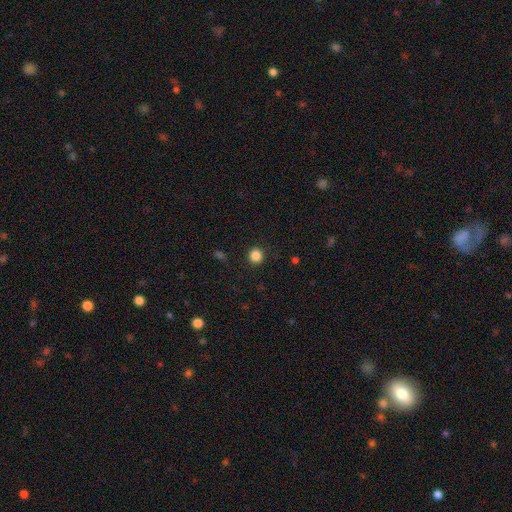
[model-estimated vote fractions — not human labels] smooth-or-featured: smooth: 86% | star or artifact: 11% | featured or disk: 3%
  how-rounded: round: 94% | in between: 5% | cigar-shaped: 1%
  merging: none: 92% | minor disturbance: 5% | major disturbance: 2% | merger: 1%